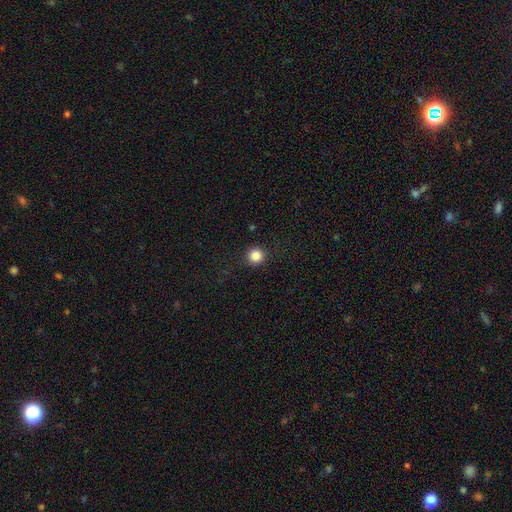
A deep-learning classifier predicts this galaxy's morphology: Overall: smooth (85%). How rounded: round (95%). Merging: none (91%).